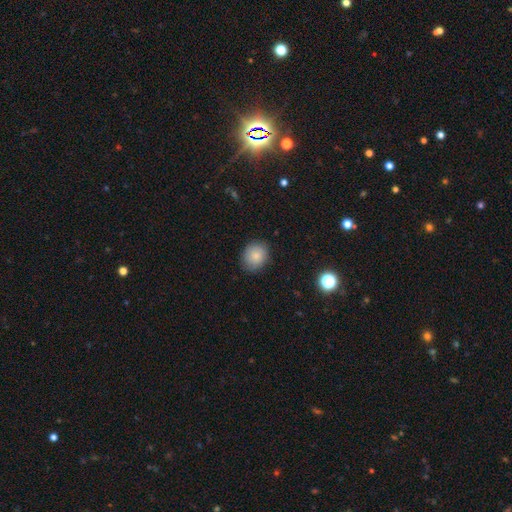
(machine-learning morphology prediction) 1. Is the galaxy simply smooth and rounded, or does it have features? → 82% smooth, 9% featured or disk, 9% star or artifact.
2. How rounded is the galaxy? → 69% round, 30% in between, 1% cigar-shaped.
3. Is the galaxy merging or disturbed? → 83% none, 13% minor disturbance, 3% major disturbance, 1% merger.